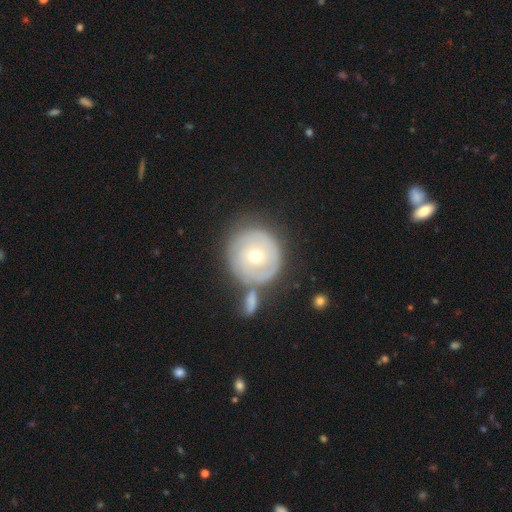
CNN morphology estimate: A featured or disk galaxy (55%) with no bar (86%), spiral arms (58%) and a moderate central bulge (57%). Merging: none (58%).